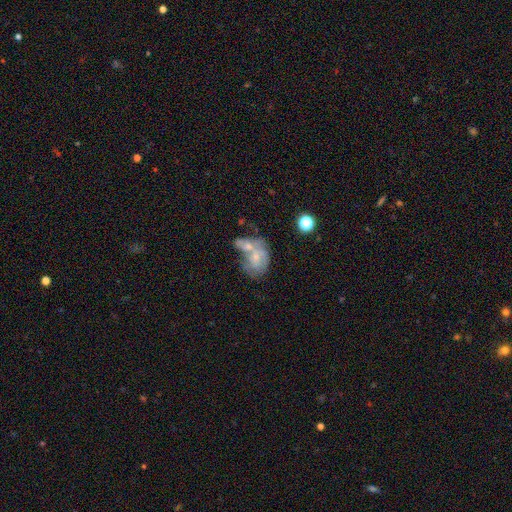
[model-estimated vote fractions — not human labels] Smooth or featured?
  - featured or disk: 54% *
  - smooth: 37%
  - star or artifact: 9%
Edge-on disk?
  - no: 96% *
  - yes: 4%
Bar?
  - no: 72% *
  - weak: 23%
  - strong: 5%
Spiral arms?
  - yes: 57% *
  - no: 43%
Bulge size?
  - small: 56% *
  - moderate: 32%
  - none: 9%
  - large: 2%
  - dominant: 1%
Merging?
  - merger: 57% *
  - none: 20%
  - minor disturbance: 12%
  - major disturbance: 11%